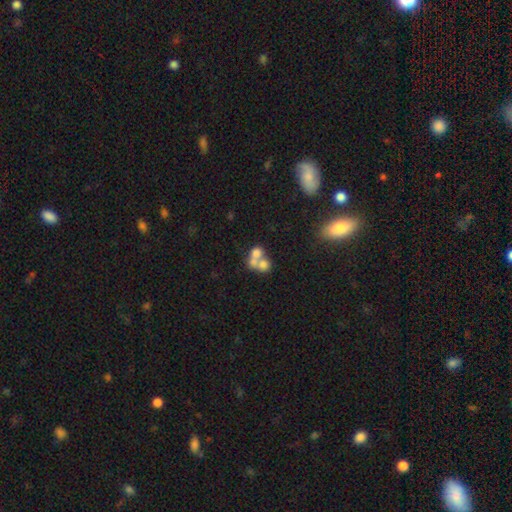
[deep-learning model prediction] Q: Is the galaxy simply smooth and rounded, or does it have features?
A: smooth — 60%.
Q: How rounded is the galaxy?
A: round — 62%.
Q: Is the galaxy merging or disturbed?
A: merger — 67%.